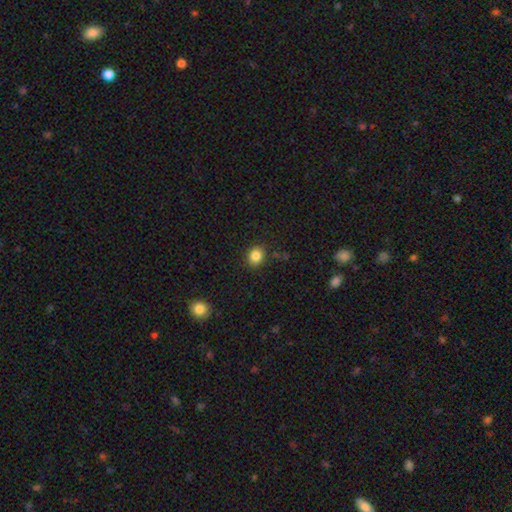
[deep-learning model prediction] This is clearly a smooth galaxy (84%). How rounded: likely round (65%). Merging: clearly none (87%).